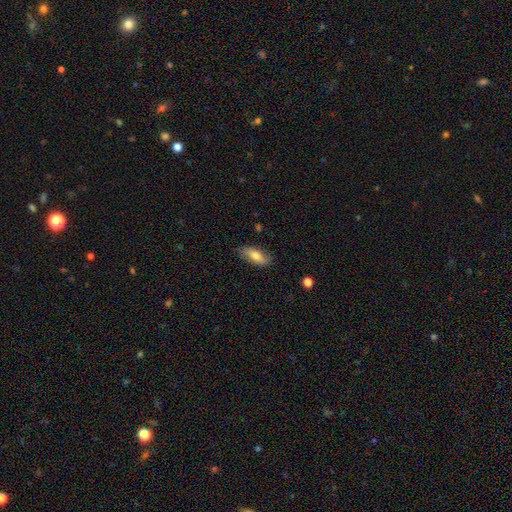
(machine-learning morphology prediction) Smooth or featured: smooth — 71% (featured or disk — 23%)
How rounded: in between — 76% (cigar-shaped — 21%)
Merging: none — 80% (minor disturbance — 16%)